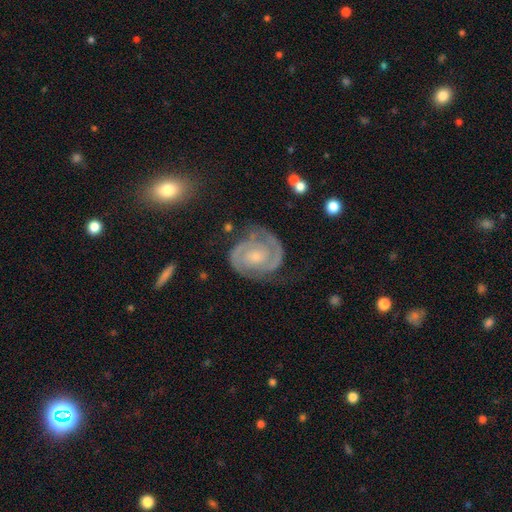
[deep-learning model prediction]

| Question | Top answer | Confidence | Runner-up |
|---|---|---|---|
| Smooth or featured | featured or disk | 89% | smooth (6%) |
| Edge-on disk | no | 98% | yes (2%) |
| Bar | no | 66% | weak (26%) |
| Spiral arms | yes | 97% | no (3%) |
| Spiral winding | tight | 66% | medium (29%) |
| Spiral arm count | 2 | 84% | can't tell (6%) |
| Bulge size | small | 58% | moderate (33%) |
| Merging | none | 76% | minor disturbance (15%) |